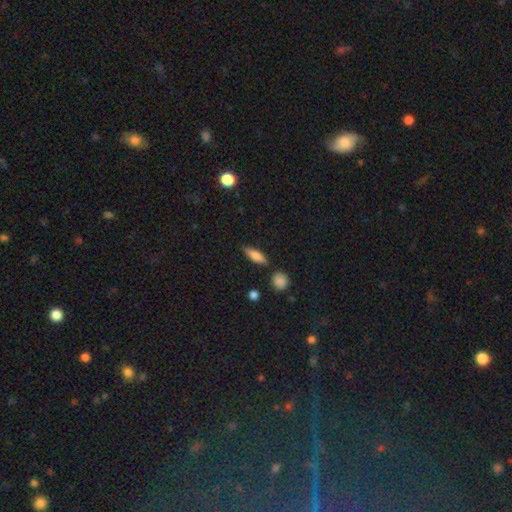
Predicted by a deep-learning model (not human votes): The model was most divided on "how rounded": cigar-shaped: 50%, in between: 46%, round: 4%. More confident: merging — none (83%); smooth or featured — smooth (73%).